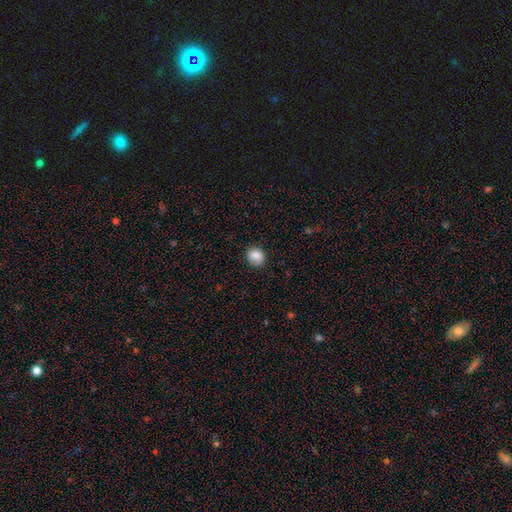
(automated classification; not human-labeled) A smooth galaxy with no disk features (86%) that is round (73%). Merging: none (84%).